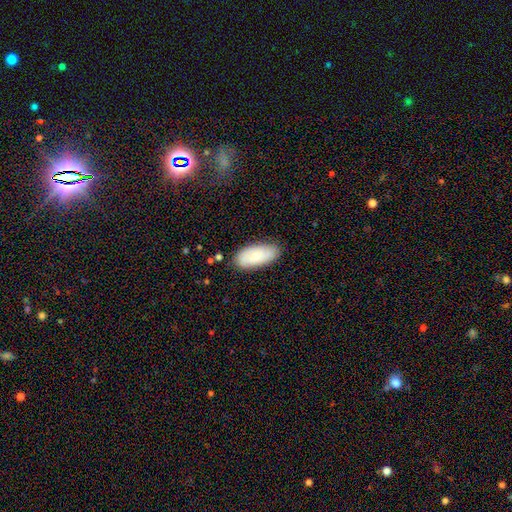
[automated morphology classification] Smooth or featured?
  - smooth: 72% *
  - featured or disk: 21%
  - star or artifact: 6%
How rounded?
  - in between: 90% *
  - cigar-shaped: 8%
  - round: 2%
Merging?
  - none: 82% *
  - minor disturbance: 14%
  - major disturbance: 2%
  - merger: 1%